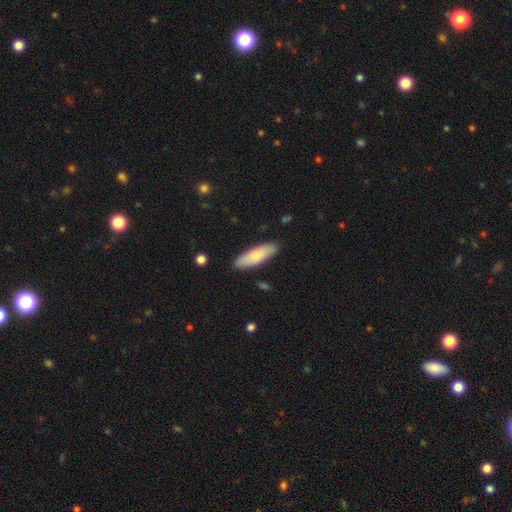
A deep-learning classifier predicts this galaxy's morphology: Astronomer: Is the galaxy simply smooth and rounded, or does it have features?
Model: smooth — 81%.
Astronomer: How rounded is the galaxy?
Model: in between — 53% (runner-up: cigar-shaped, 45%).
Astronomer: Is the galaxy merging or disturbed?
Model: none — 87%.